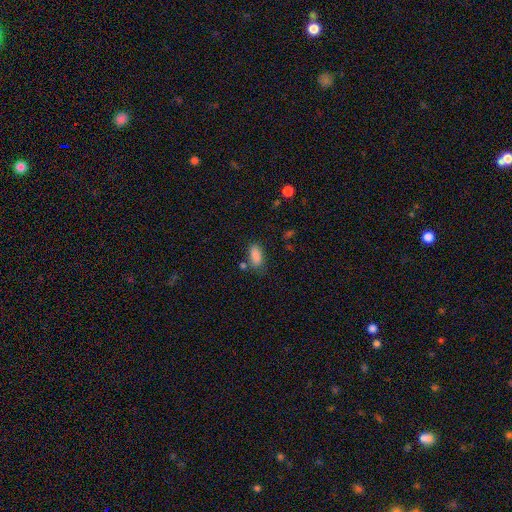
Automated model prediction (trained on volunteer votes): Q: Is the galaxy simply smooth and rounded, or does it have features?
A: smooth — 87%.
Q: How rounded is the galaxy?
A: in between — 86%.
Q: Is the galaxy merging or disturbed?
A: none — 71%.